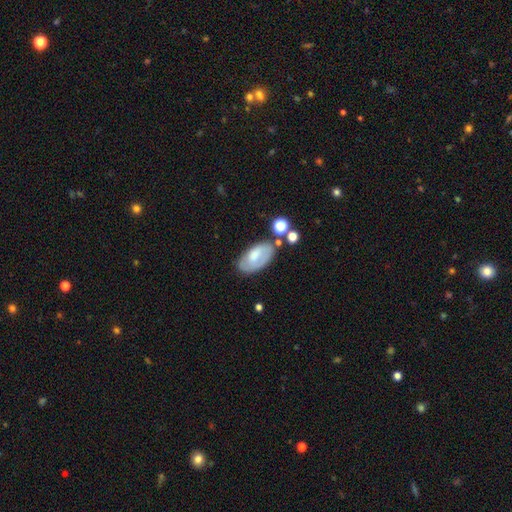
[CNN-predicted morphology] Smooth or featured?
  - smooth: 58% *
  - featured or disk: 34%
  - star or artifact: 8%
How rounded?
  - in between: 93% *
  - round: 4%
  - cigar-shaped: 3%
Merging?
  - none: 60% *
  - minor disturbance: 23%
  - major disturbance: 9%
  - merger: 7%